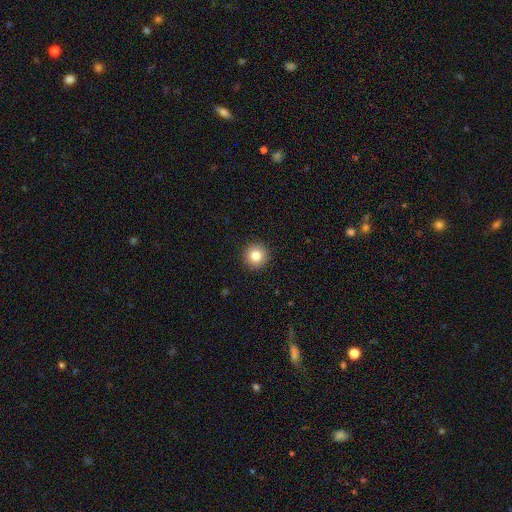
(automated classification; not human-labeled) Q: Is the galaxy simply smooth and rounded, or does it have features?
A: smooth — 82%.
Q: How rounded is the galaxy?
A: round — 96%.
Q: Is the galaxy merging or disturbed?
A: none — 93%.